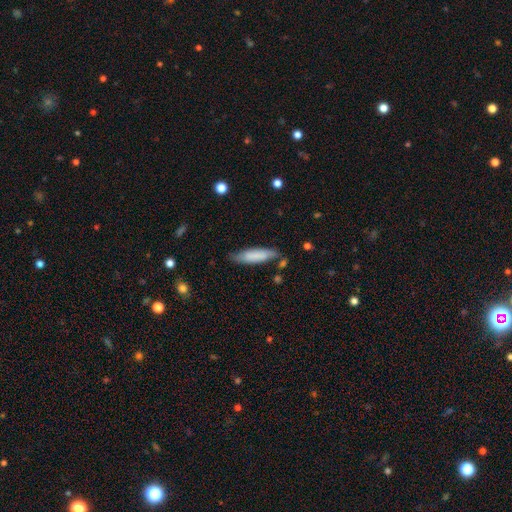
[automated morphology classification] Q: Smooth or featured?
A: smooth (76%); runner-up: featured or disk (18%)
Q: How rounded?
A: cigar-shaped (63%); runner-up: in between (36%)
Q: Merging?
A: none (71%); runner-up: minor disturbance (21%)